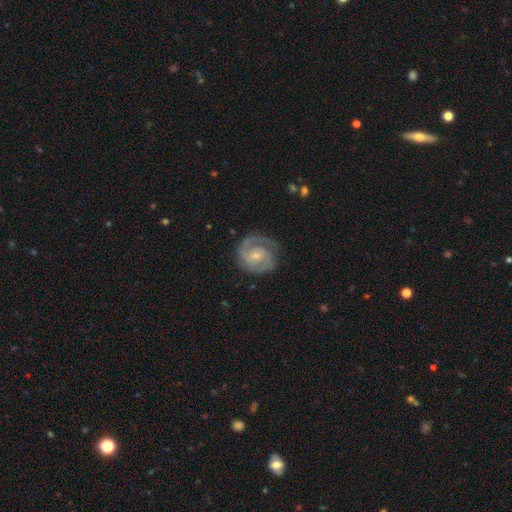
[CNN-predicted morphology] The model was most divided on "bar": no: 53%, weak: 38%, strong: 8%. More confident: edge-on disk — no (98%); spiral arms — yes (96%); smooth or featured — featured or disk (86%); merging — none (75%); spiral arm count — 2 (70%); bulge size — small (64%); spiral winding — tight (59%).